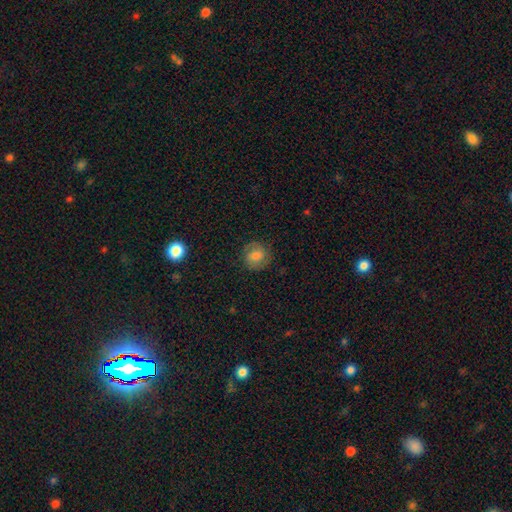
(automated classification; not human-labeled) Smooth or featured? Predicted: smooth (p=0.65). How rounded? Predicted: round (p=0.83). Merging? Predicted: none (p=0.82).